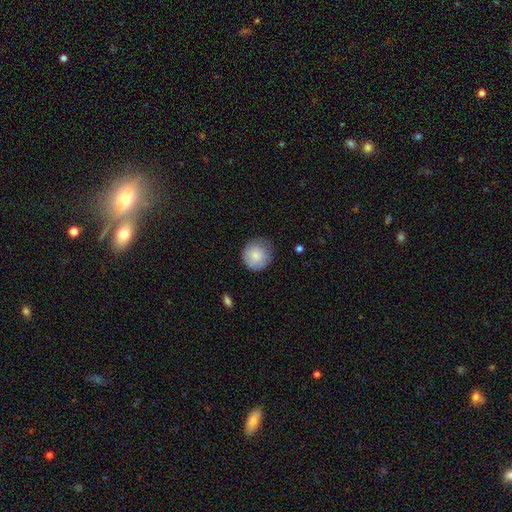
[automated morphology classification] The model was most divided on "merging": none: 77%, minor disturbance: 19%, major disturbance: 4%, merger: 1%. More confident: how rounded — round (91%); smooth or featured — smooth (84%).